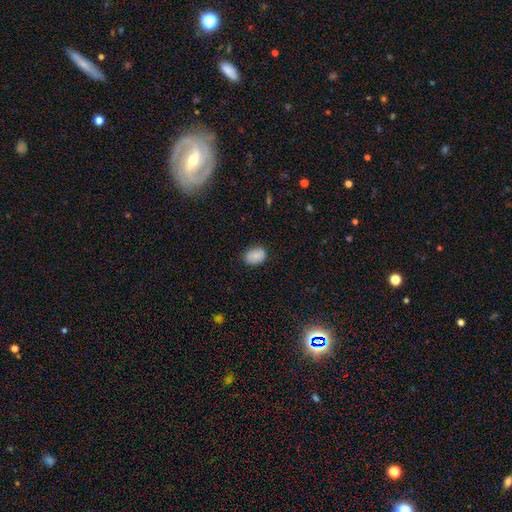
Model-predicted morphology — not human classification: A smooth galaxy with no disk features (86%) that is in between round and cigar-shaped (71%).

Vote fractions:
- Smooth or featured? smooth: 86% / star or artifact: 8% / featured or disk: 6%
- How rounded? in between: 71% / round: 28% / cigar-shaped: 1%
- Merging? none: 81% / minor disturbance: 15% / major disturbance: 3% / merger: 1%